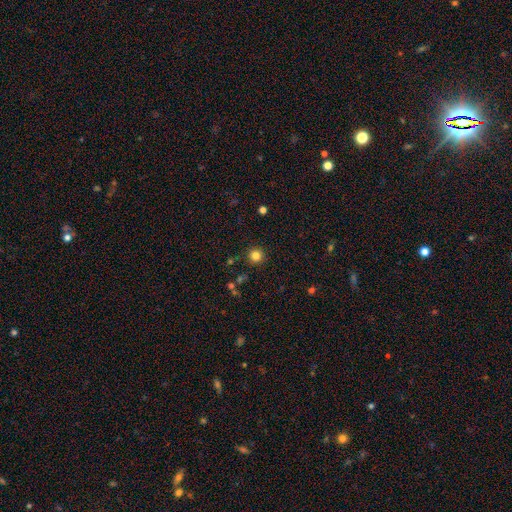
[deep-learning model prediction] A smooth galaxy with no disk features (81%) that is round (95%).

Vote fractions:
- Smooth or featured? smooth: 81% / star or artifact: 13% / featured or disk: 5%
- How rounded? round: 95% / in between: 4% / cigar-shaped: 1%
- Merging? none: 89% / minor disturbance: 7% / major disturbance: 2% / merger: 2%